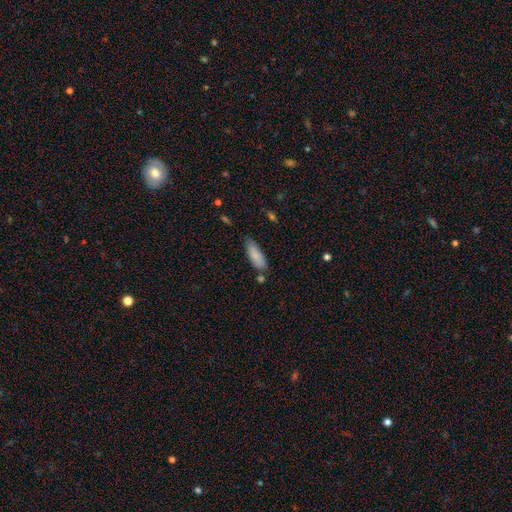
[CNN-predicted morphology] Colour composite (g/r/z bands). It shows a smooth galaxy with no disk features (86%) that is in between round and cigar-shaped (66%). Merging: none (62%).